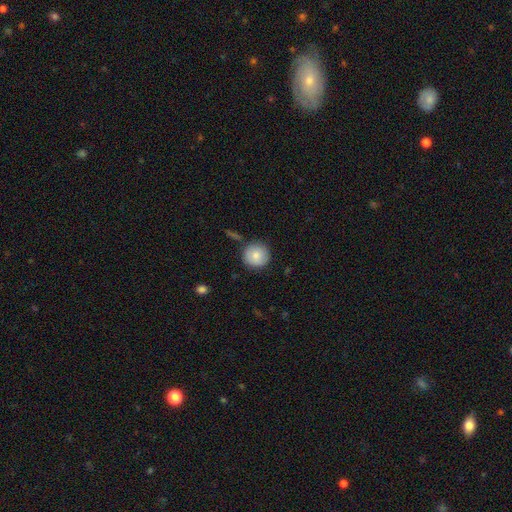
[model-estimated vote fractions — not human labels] A smooth galaxy with no disk features (84%) that is round (95%).

Vote fractions:
- Smooth or featured? smooth: 84% / featured or disk: 9% / star or artifact: 7%
- How rounded? round: 95% / in between: 4% / cigar-shaped: 1%
- Merging? none: 85% / minor disturbance: 10% / merger: 3% / major disturbance: 2%